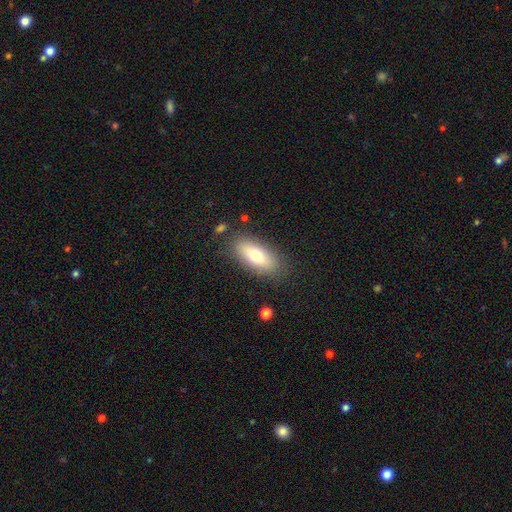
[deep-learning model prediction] smooth 71%, featured or disk 22%, star or artifact 7%. Down the decision tree: how rounded — in between (81%); merging — none (83%).